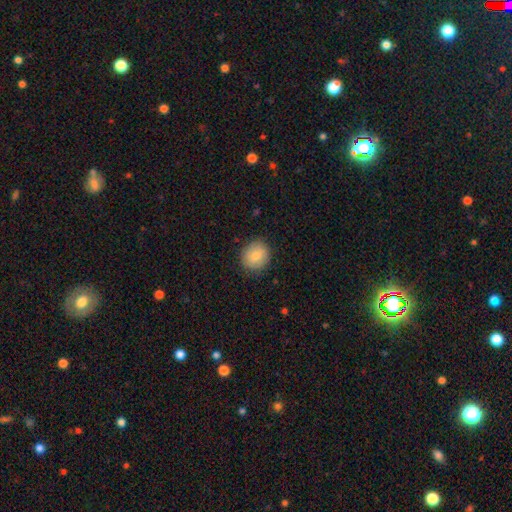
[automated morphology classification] This is clearly a smooth galaxy (80%). How rounded: clearly round (81%). Merging: clearly none (86%).